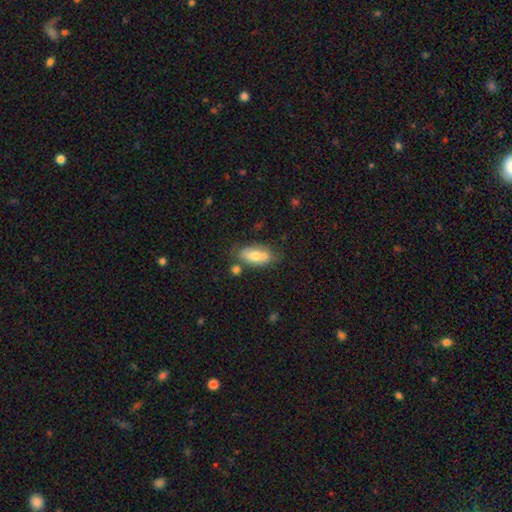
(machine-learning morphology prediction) Q: Smooth or featured?
A: smooth (68%); runner-up: featured or disk (25%)
Q: How rounded?
A: in between (84%); runner-up: cigar-shaped (12%)
Q: Merging?
A: none (62%); runner-up: minor disturbance (19%)